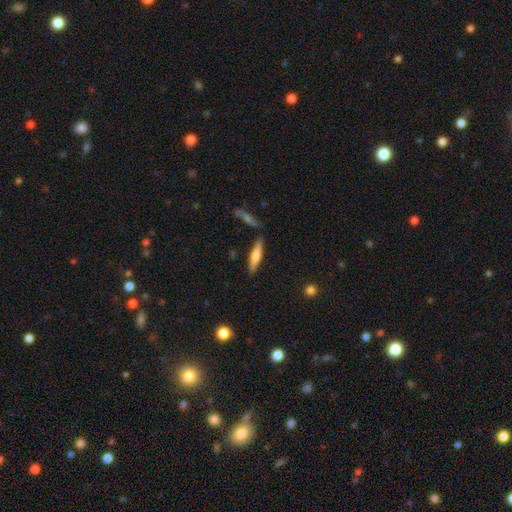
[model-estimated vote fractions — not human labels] A smooth galaxy with no disk features (63%) that is cigar-shaped (83%). Merging: none (85%).